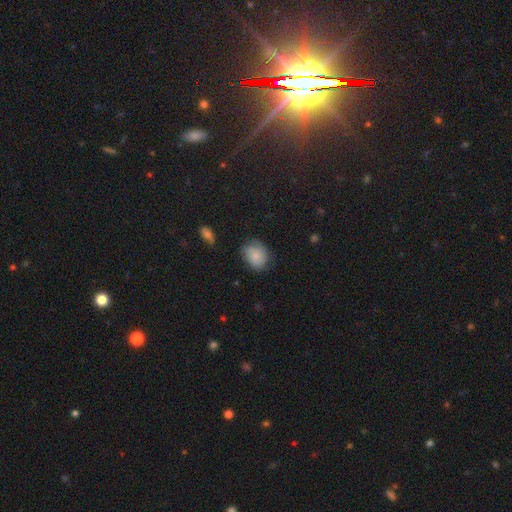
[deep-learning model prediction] smooth_or_featured: smooth (p=0.75) [alt: featured or disk p=0.16]
how_rounded: in between (p=0.52) [alt: round p=0.47]
merging: none (p=0.62) [alt: minor disturbance p=0.29]